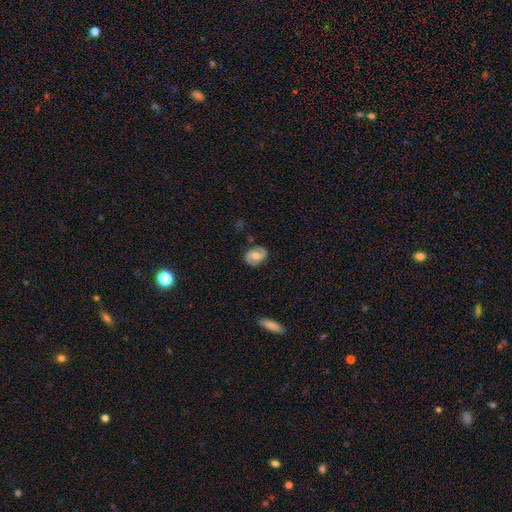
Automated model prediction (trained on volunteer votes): featured or disk 74%, smooth 20%, star or artifact 6%. Down the decision tree: edge-on disk — no (97%); bar — no (47%); spiral arms — yes (94%); spiral arm count — 2 (91%); spiral winding — medium (50%); bulge size — moderate (66%); merging — none (82%).